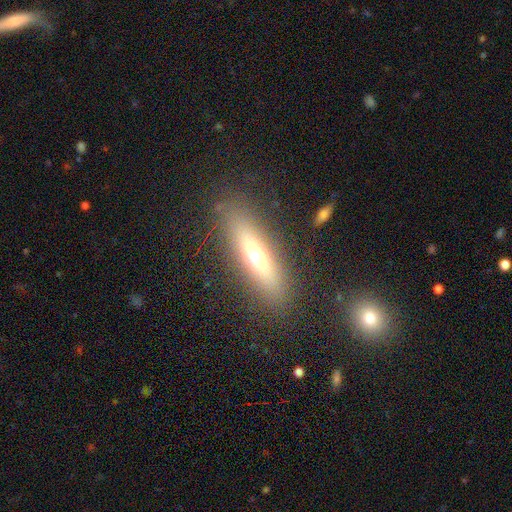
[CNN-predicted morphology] Q: Smooth or featured?
A: smooth (54%); runner-up: featured or disk (38%)
Q: How rounded?
A: cigar-shaped (71%); runner-up: in between (27%)
Q: Merging?
A: none (86%); runner-up: minor disturbance (9%)